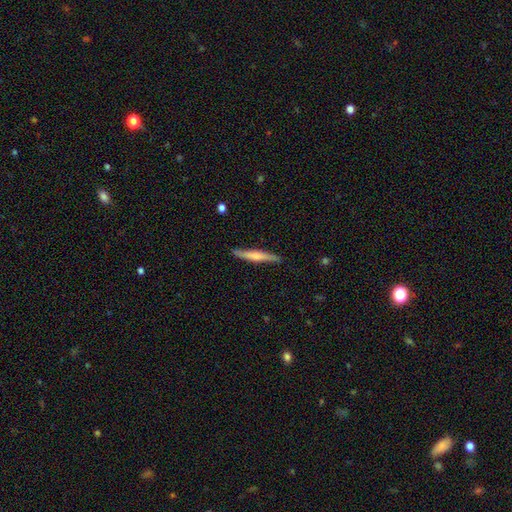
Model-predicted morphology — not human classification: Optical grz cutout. It shows a smooth galaxy with no disk features (50%) that is cigar-shaped (94%). Merging: none (87%).